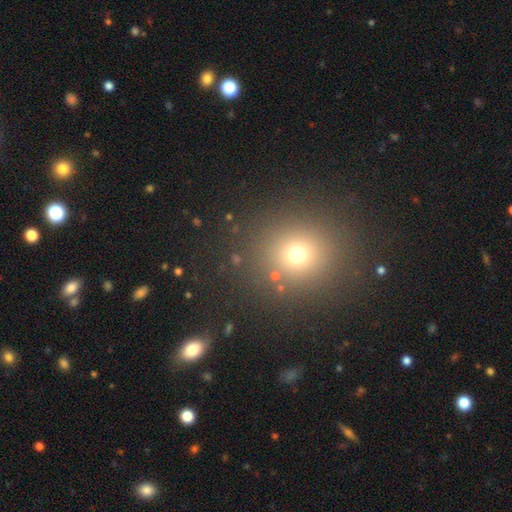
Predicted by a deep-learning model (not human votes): Overall: smooth (59%; star or artifact 33%). How rounded: round (88%). Merging: none (89%).